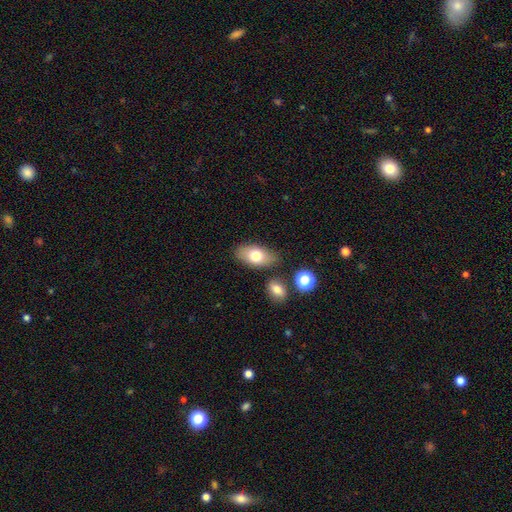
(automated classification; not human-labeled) smooth 74%, featured or disk 18%, star or artifact 8%. Down the decision tree: how rounded — in between (91%); merging — none (79%).